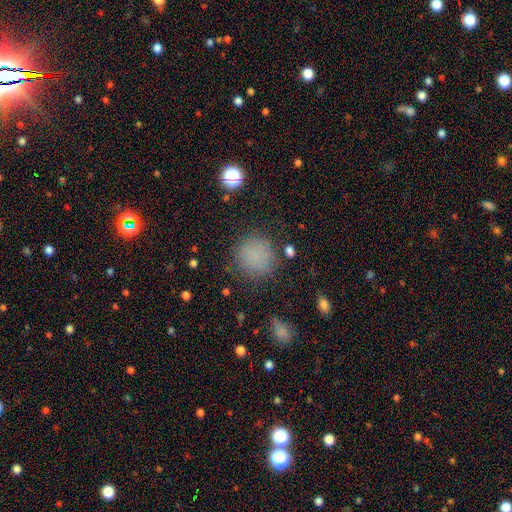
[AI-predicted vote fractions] Smooth or featured?
  - smooth: 78% *
  - star or artifact: 16%
  - featured or disk: 7%
How rounded?
  - round: 91% *
  - in between: 8%
  - cigar-shaped: 1%
Merging?
  - none: 80% *
  - minor disturbance: 13%
  - major disturbance: 5%
  - merger: 2%